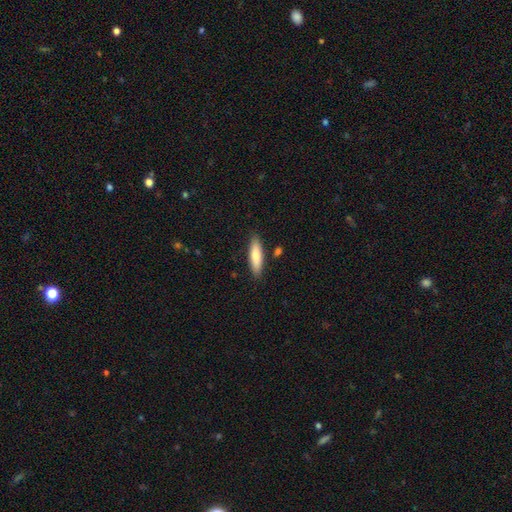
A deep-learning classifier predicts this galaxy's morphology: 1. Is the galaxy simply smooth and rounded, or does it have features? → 77% smooth, 17% featured or disk, 5% star or artifact.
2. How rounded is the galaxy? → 67% cigar-shaped, 32% in between, 2% round.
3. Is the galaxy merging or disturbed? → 85% none, 10% minor disturbance, 3% merger, 2% major disturbance.